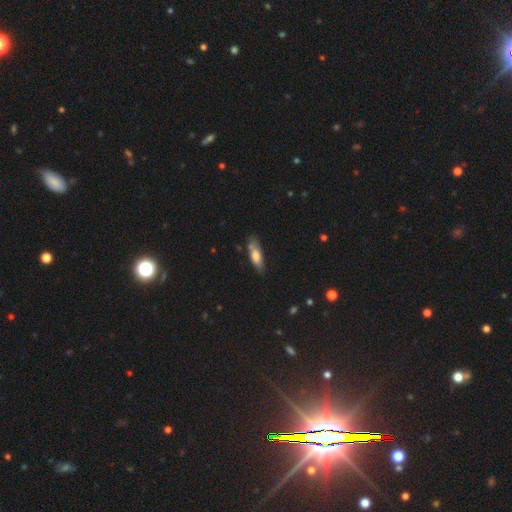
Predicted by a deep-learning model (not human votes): Q: Smooth or featured?
A: smooth (67%); runner-up: featured or disk (26%)
Q: How rounded?
A: in between (55%); runner-up: cigar-shaped (43%)
Q: Merging?
A: none (65%); runner-up: minor disturbance (23%)